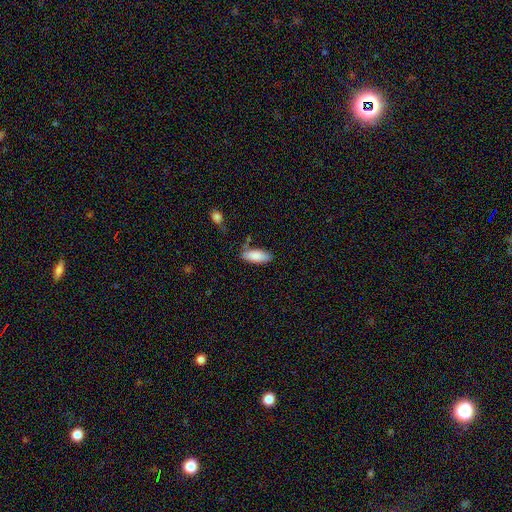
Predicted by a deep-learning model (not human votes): The model was most divided on "how rounded": in between: 77%, cigar-shaped: 22%, round: 2%. More confident: smooth or featured — smooth (87%); merging — none (77%).